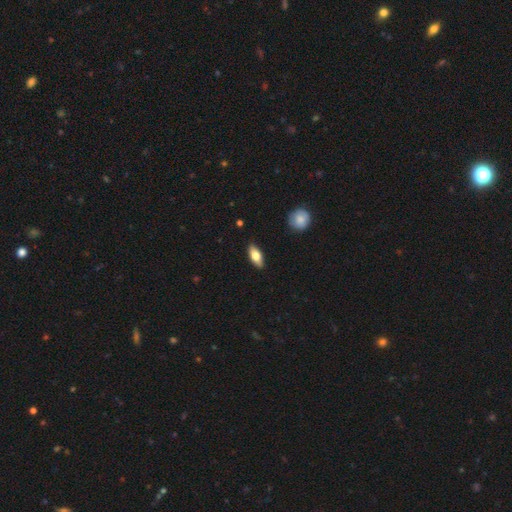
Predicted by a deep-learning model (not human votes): A smooth galaxy with no disk features (68%) that is in between round and cigar-shaped (78%). Merging: none (87%).